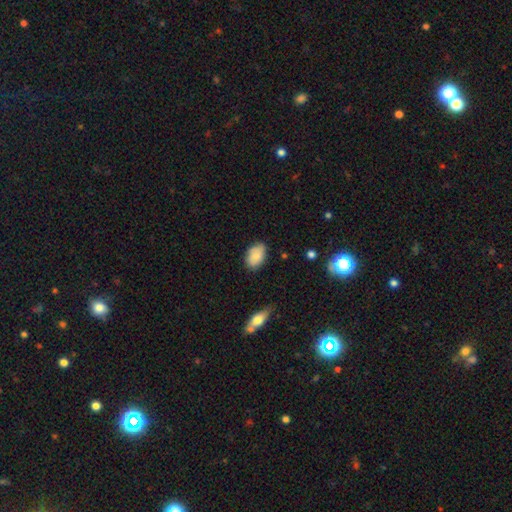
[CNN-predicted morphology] This is clearly a smooth galaxy (81%). How rounded: clearly in between (89%). Merging: likely none (76%).